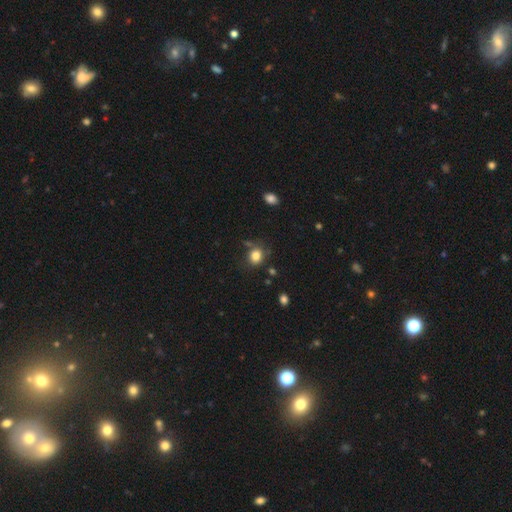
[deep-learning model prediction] Smooth or featured? smooth (83%)
How rounded? round (60%)
Merging? none (73%)